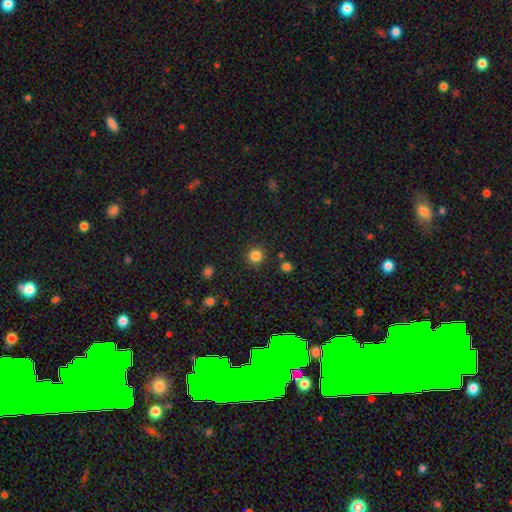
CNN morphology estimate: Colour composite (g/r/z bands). It shows a smooth galaxy with no disk features (83%) that is round (94%). Merging: none (89%).